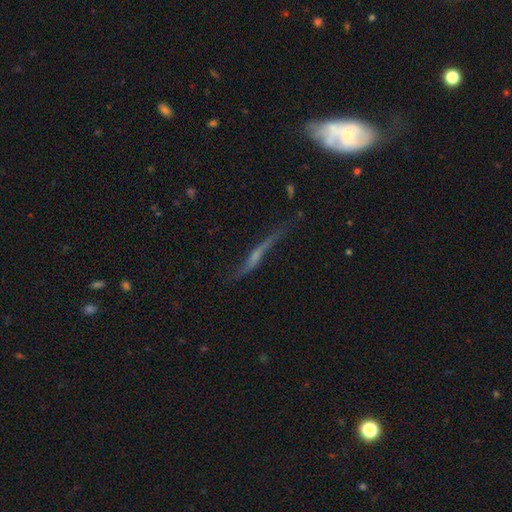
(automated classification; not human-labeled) A featured or disk galaxy (69%) viewed edge-on (78%) with a rounded central bulge (47%).

Vote fractions:
- Smooth or featured? featured or disk: 69% / smooth: 19% / star or artifact: 12%
- Edge-on disk? yes: 78% / no: 22%
- Edge-on bulge? rounded: 47% / none: 41% / boxy: 12%
- Merging? none: 59% / minor disturbance: 23% / major disturbance: 14% / merger: 4%